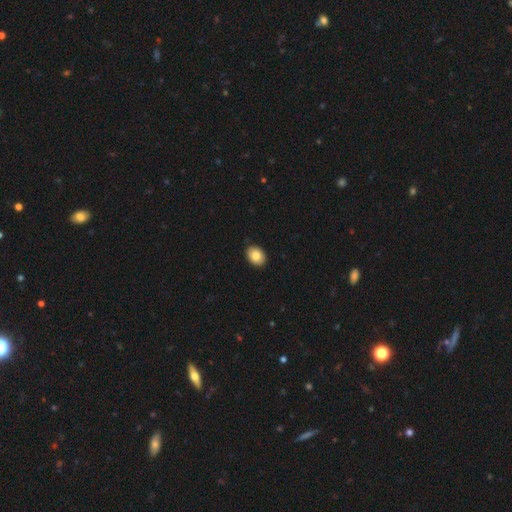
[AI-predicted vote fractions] The model was most divided on "how rounded": in between: 74%, round: 25%, cigar-shaped: 1%. More confident: merging — none (90%); smooth or featured — smooth (85%).